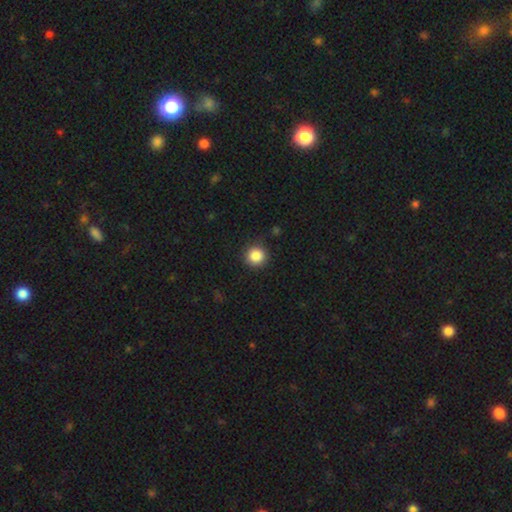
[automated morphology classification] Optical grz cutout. It shows a smooth galaxy with no disk features (86%) that is round (95%). Merging: none (90%).